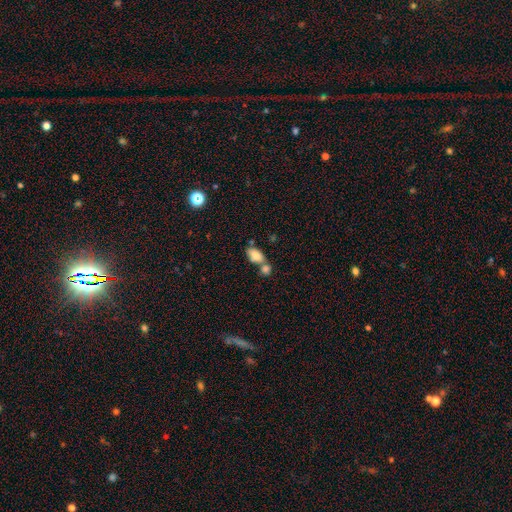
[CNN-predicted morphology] Smooth or featured? Predicted: smooth (p=0.80). How rounded? Predicted: in between (p=0.90). Merging? Predicted: merger (p=0.46).